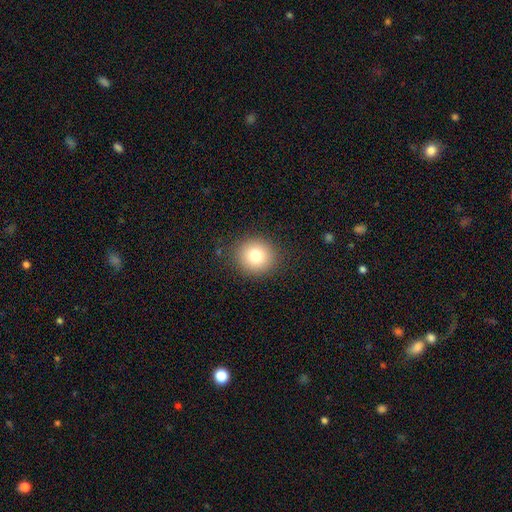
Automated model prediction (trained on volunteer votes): Q: Smooth or featured?
A: smooth (78%); runner-up: star or artifact (12%)
Q: How rounded?
A: round (88%); runner-up: in between (11%)
Q: Merging?
A: none (89%); runner-up: minor disturbance (7%)